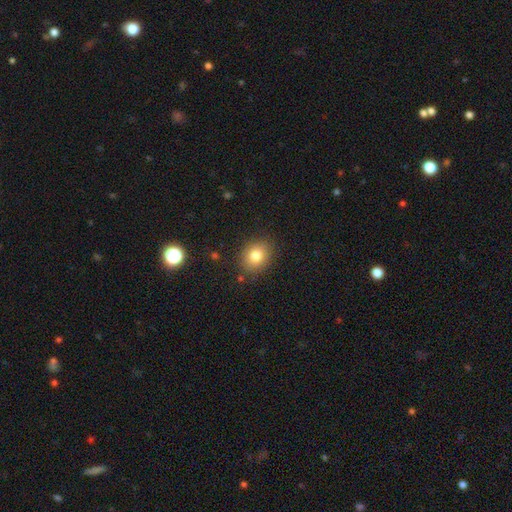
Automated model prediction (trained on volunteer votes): This appears to be a smooth galaxy with no disk features (81%) that is round (58%). Merging: none (85%).